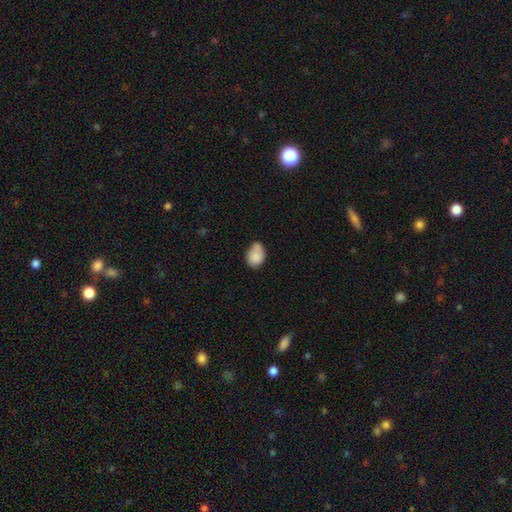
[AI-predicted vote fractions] A smooth galaxy with no disk features (84%) that is in between round and cigar-shaped (72%). Merging: none (51%).